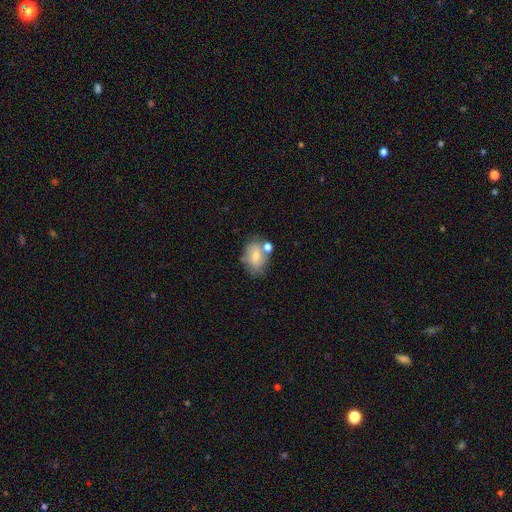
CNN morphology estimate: Smooth or featured: smooth — 69% (featured or disk — 22%)
How rounded: in between — 73% (round — 25%)
Merging: none — 51% (merger — 26%)